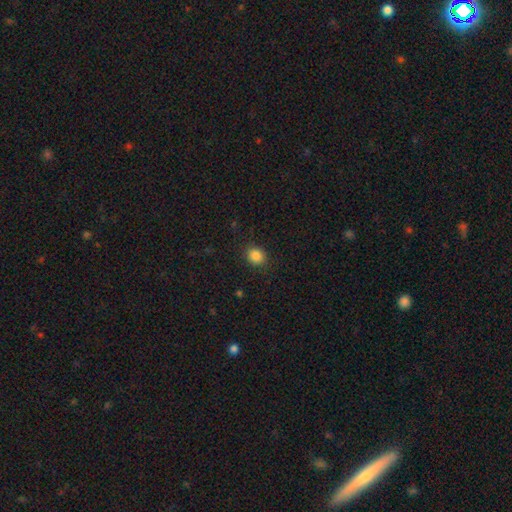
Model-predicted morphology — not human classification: A smooth galaxy with no disk features (86%) that is round (73%). Merging: none (88%).